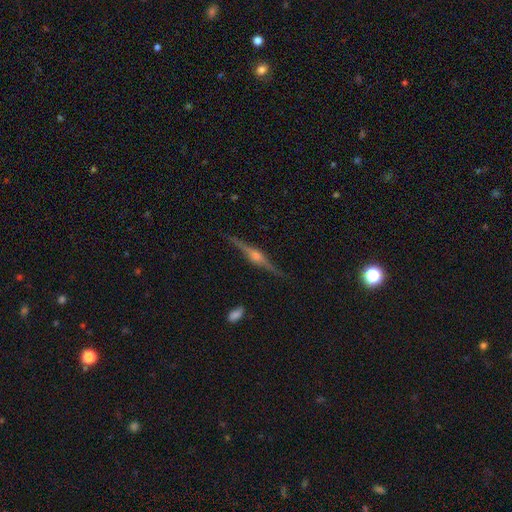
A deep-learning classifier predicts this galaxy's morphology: Smooth or featured? Predicted: featured or disk (p=0.87). Edge-on disk? Predicted: yes (p=0.98). Edge-on bulge? Predicted: rounded (p=0.90). Merging? Predicted: none (p=0.89).